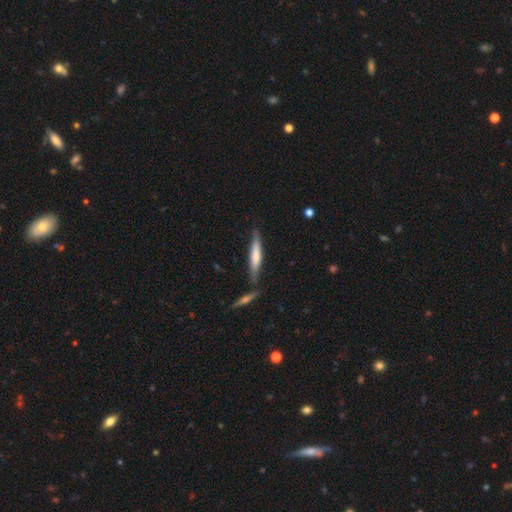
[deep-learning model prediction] smooth 60%, featured or disk 34%, star or artifact 5%. Down the decision tree: how rounded — cigar-shaped (89%); merging — none (74%).